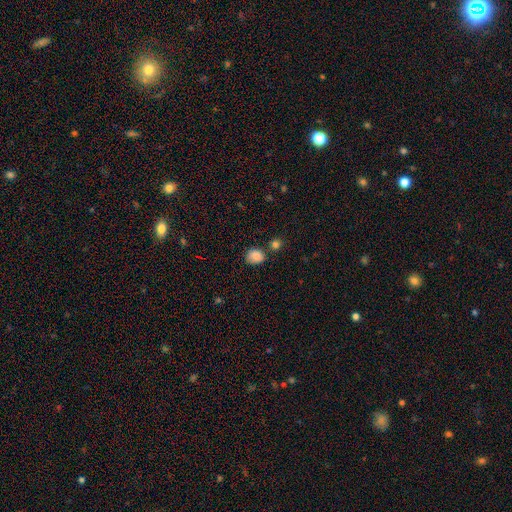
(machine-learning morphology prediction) Overall: smooth (84%). How rounded: round (57%; in between 42%). Merging: none (63%).